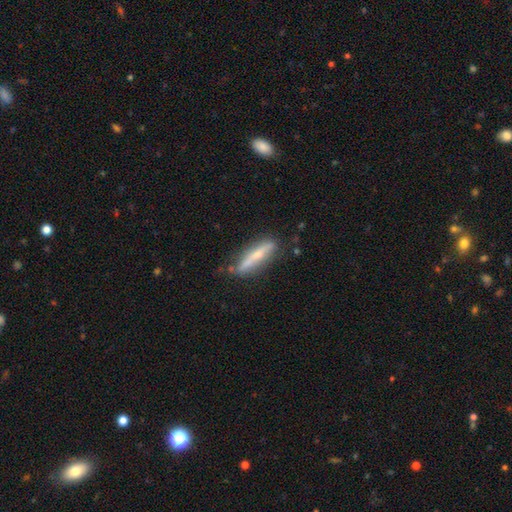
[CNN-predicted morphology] Smooth or featured?
  - smooth: 47% * (tied)
  - featured or disk: 47% * (tied)
  - star or artifact: 6%
Merging?
  - none: 76% *
  - minor disturbance: 17%
  - major disturbance: 4%
  - merger: 3%